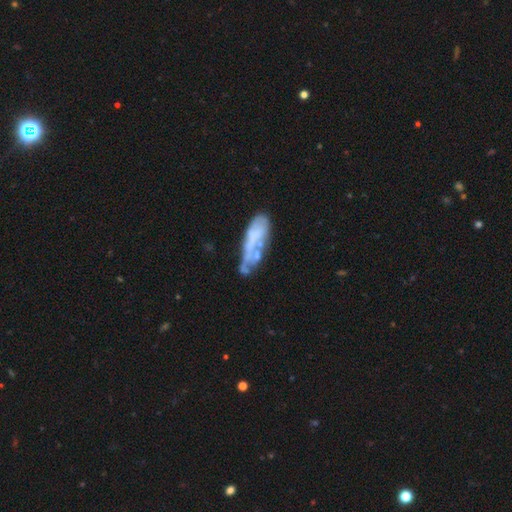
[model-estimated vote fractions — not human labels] Overall: featured or disk (52%; smooth 39%). Edge-on disk: no (85%). Merging: none (35%; minor disturbance 25%).